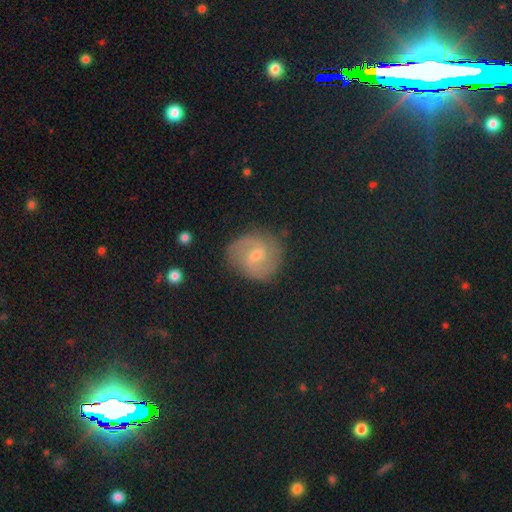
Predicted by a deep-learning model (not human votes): Smooth or featured: featured or disk — 68% (smooth — 18%)
Edge-on disk: no — 98% (yes — 2%)
Bar: weak — 58% (no — 29%)
Spiral arms: yes — 92% (no — 8%)
Spiral winding: medium — 51% (tight — 32%)
Spiral arm count: 2 — 84% (can't tell — 8%)
Bulge size: small — 55% (moderate — 39%)
Merging: none — 82% (minor disturbance — 12%)